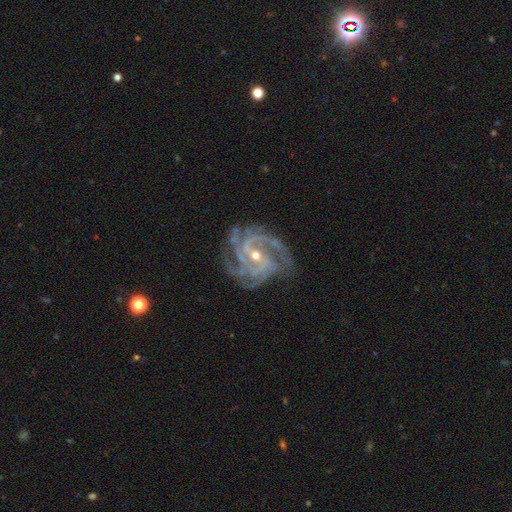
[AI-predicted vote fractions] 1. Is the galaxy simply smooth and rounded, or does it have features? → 93% featured or disk, 5% star or artifact, 3% smooth.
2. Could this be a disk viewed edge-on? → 98% no, 2% yes.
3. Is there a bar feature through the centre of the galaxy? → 42% no, 40% weak, 18% strong.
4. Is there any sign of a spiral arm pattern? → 99% yes, 1% no.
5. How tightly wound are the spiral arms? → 61% tight, 35% medium, 4% loose.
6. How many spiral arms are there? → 31% 4, 29% 3, 12% can't tell, 11% 2, 10% more than 4, 7% 1.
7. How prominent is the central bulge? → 56% small, 42% moderate, 1% large, 1% none, 1% dominant.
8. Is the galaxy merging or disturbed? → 75% none, 17% minor disturbance, 7% major disturbance, 1% merger.